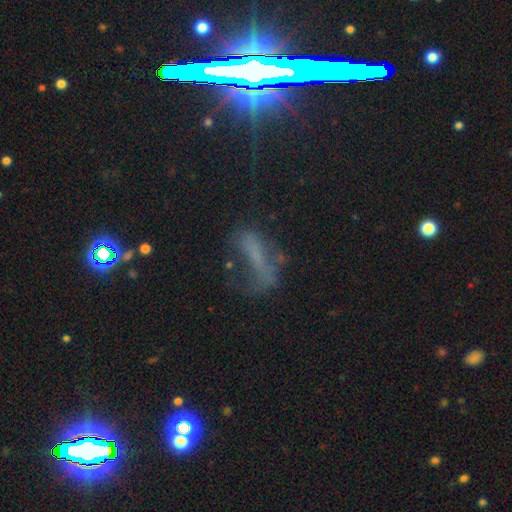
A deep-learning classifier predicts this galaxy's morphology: The model was most divided on "smooth or featured": featured or disk: 37%, star or artifact: 36%, smooth: 28%. More confident: merging — none (53%).